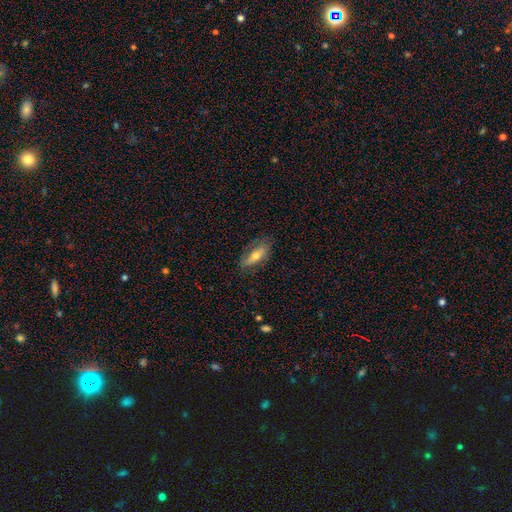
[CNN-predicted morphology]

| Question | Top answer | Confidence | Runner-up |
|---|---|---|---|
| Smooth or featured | smooth | 56% | featured or disk (36%) |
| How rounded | in between | 67% | cigar-shaped (29%) |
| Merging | none | 73% | minor disturbance (20%) |